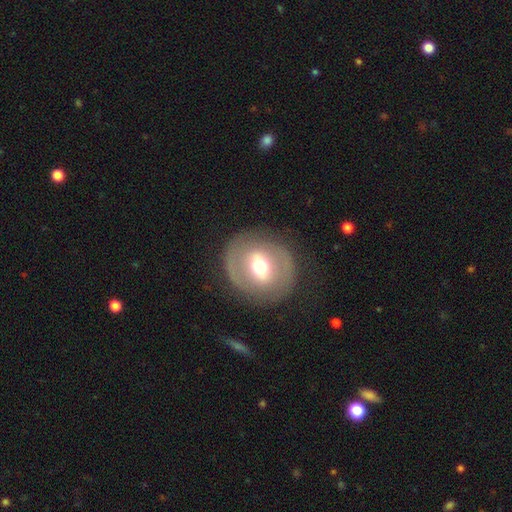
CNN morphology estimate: Smooth or featured: featured or disk — 67% (smooth — 26%)
Edge-on disk: no — 95% (yes — 5%)
Bar: weak — 42% (strong — 33%)
Spiral arms: yes — 59% (no — 41%)
Bulge size: moderate — 68% (small — 15%)
Merging: none — 82% (minor disturbance — 11%)